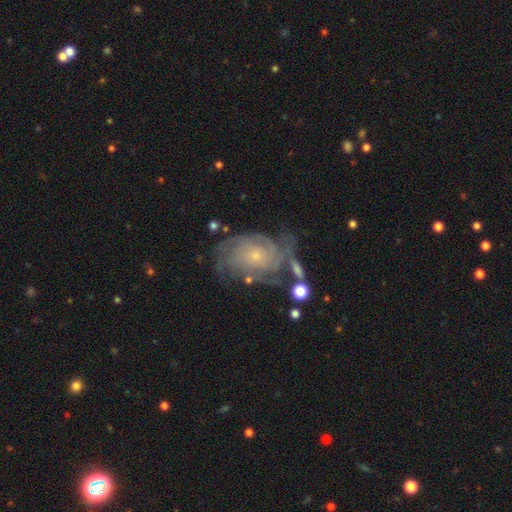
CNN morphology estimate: Smooth or featured: featured or disk — 82% (smooth — 10%)
Edge-on disk: no — 97% (yes — 3%)
Bar: no — 79% (weak — 17%)
Spiral arms: yes — 94% (no — 6%)
Spiral winding: tight — 67% (medium — 25%)
Spiral arm count: can't tell — 40% (2 — 16%)
Bulge size: small — 79% (moderate — 16%)
Merging: none — 57% (minor disturbance — 21%)